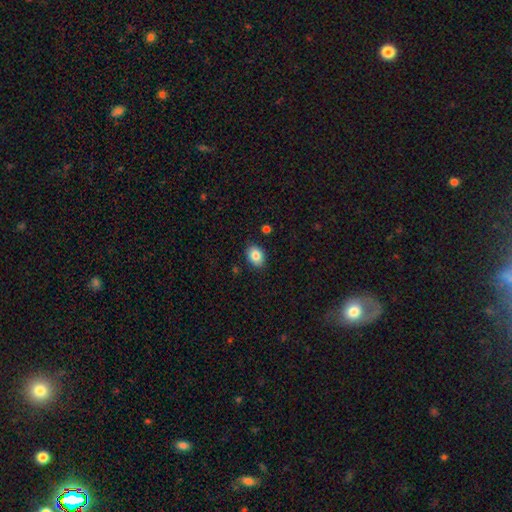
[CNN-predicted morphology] A smooth galaxy with no disk features (85%) that is in between round and cigar-shaped (73%). Merging: none (87%).